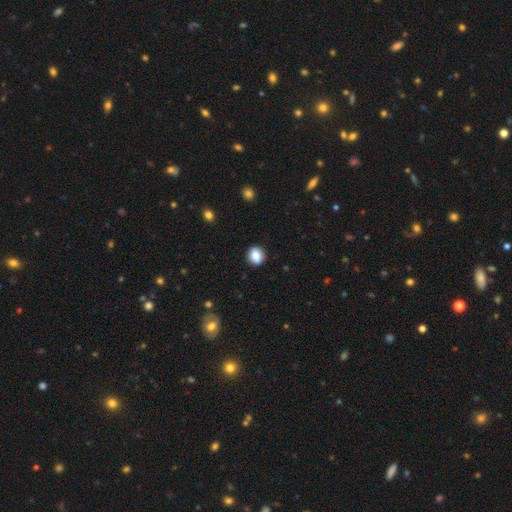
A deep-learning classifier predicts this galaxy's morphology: Smooth or featured: smooth — 86% (star or artifact — 8%)
How rounded: round — 66% (in between — 33%)
Merging: none — 89% (minor disturbance — 8%)